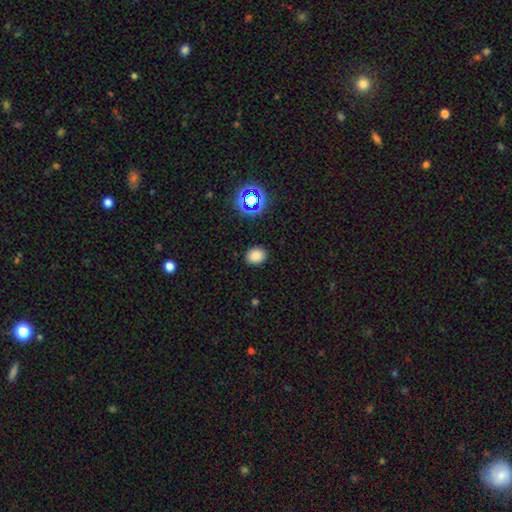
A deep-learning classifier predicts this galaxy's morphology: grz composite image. It shows a smooth galaxy with no disk features (80%) that is in between round and cigar-shaped (57%). Merging: none (88%).